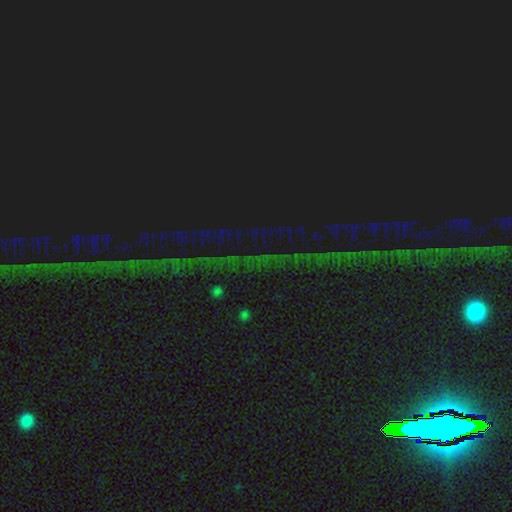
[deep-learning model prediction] Q: Smooth or featured?
A: star or artifact (83%); runner-up: smooth (9%)